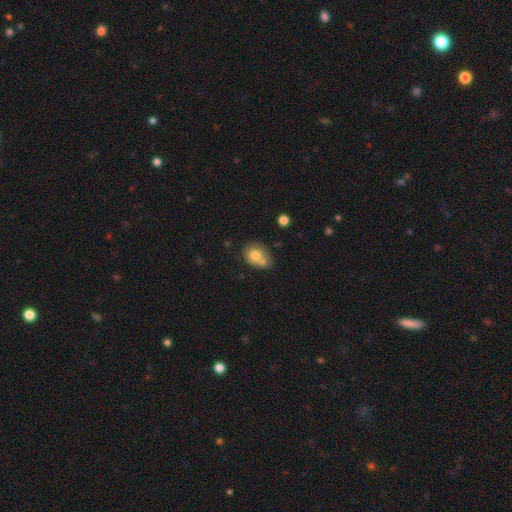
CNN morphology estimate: The model was most divided on "merging": merger: 40%, none: 39%, minor disturbance: 16%, major disturbance: 5%. More confident: smooth or featured — smooth (72%); how rounded — round (52%).